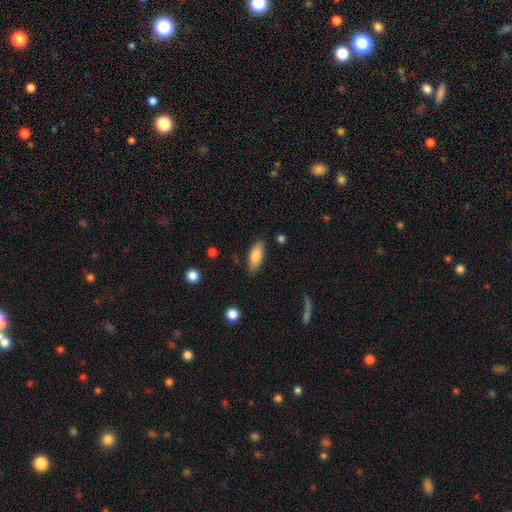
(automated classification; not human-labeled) Morphology: type=smooth (83%); roundness=in between (73%); merging=none (84%).